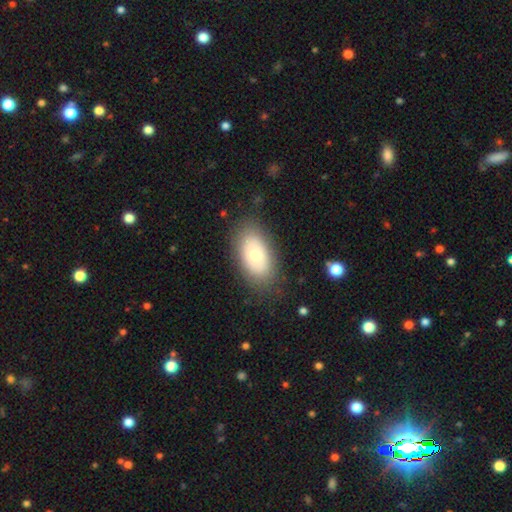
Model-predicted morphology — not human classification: smooth_or_featured: smooth (p=0.60) [alt: featured or disk p=0.33]
how_rounded: in between (p=0.90) [alt: round p=0.08]
merging: none (p=0.81) [alt: minor disturbance p=0.13]